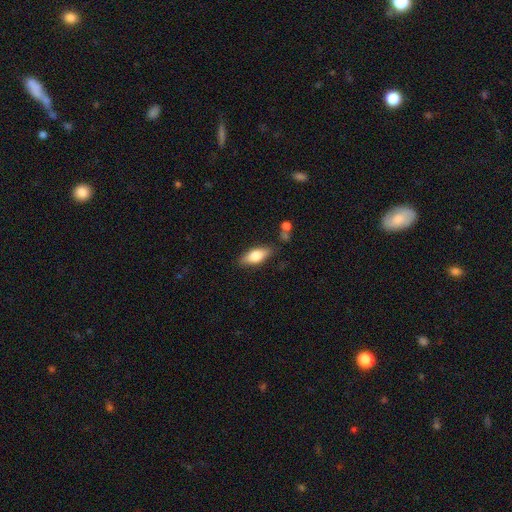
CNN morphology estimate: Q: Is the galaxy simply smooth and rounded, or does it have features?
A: smooth — 69%.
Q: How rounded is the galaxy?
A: in between — 78%.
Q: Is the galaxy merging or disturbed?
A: none — 79%.